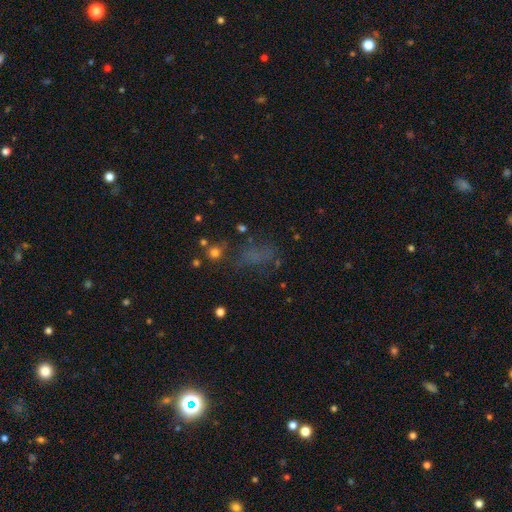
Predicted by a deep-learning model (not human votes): Morphology: type=smooth (47%); merging=none (50%).